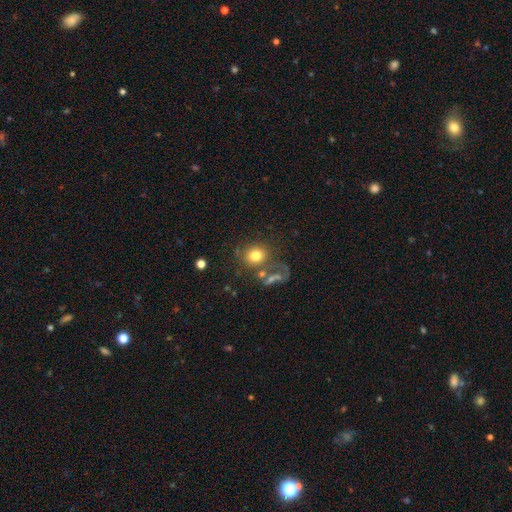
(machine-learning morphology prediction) smooth_or_featured: smooth (p=0.76) [alt: featured or disk p=0.13]
how_rounded: round (p=0.75) [alt: in between p=0.24]
merging: none (p=0.59) [alt: merger p=0.16]